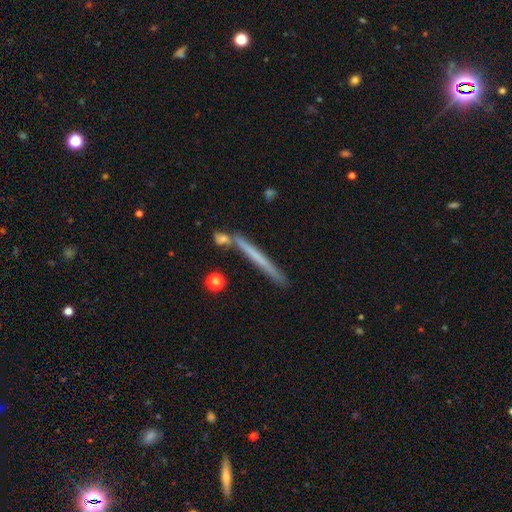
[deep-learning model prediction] smooth_or_featured: smooth (p=0.49) [alt: featured or disk p=0.44]
merging: none (p=0.80) [alt: minor disturbance p=0.10]